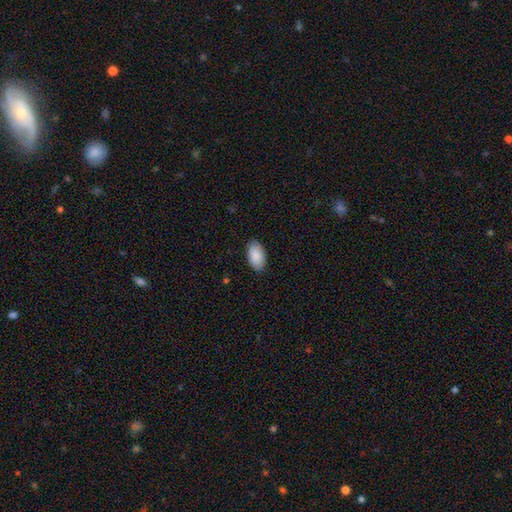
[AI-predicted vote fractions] This appears to be a smooth galaxy with no disk features (89%) that is in between round and cigar-shaped (96%). Merging: none (87%).